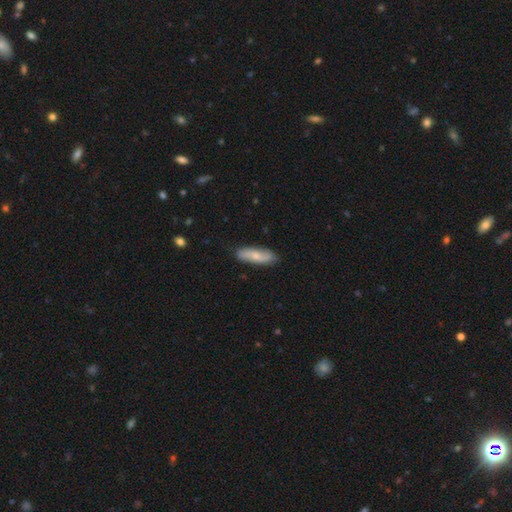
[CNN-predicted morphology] Overall: smooth (56%; featured or disk 39%). How rounded: in between (52%; cigar-shaped 46%). Merging: none (85%).